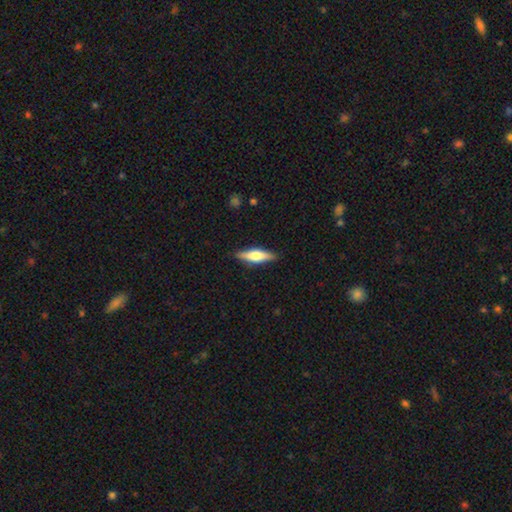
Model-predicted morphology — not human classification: This appears to be a smooth galaxy with no disk features (48%). Merging: none (88%).